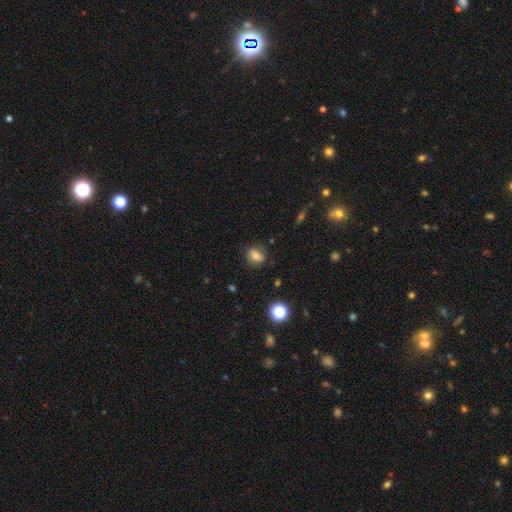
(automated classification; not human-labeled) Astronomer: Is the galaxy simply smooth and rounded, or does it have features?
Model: smooth — 67%.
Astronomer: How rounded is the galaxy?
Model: in between — 51% (runner-up: round, 47%).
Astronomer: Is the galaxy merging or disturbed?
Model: none — 75%.